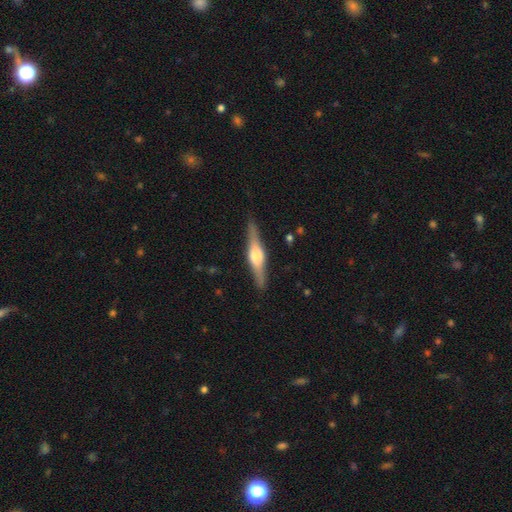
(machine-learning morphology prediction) The model was most divided on "smooth or featured": featured or disk: 74%, smooth: 21%, star or artifact: 5%. More confident: edge-on disk — yes (97%); merging — none (88%); edge-on bulge — rounded (84%).